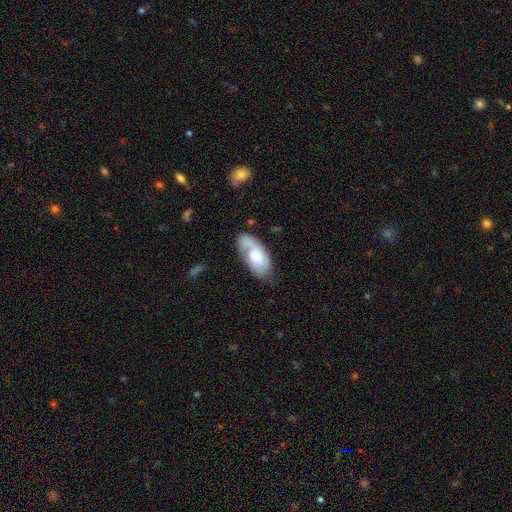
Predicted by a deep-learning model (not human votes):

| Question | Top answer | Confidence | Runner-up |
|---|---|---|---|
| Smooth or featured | featured or disk | 52% | smooth (41%) |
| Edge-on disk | no | 92% | yes (8%) |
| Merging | none | 58% | minor disturbance (26%) |